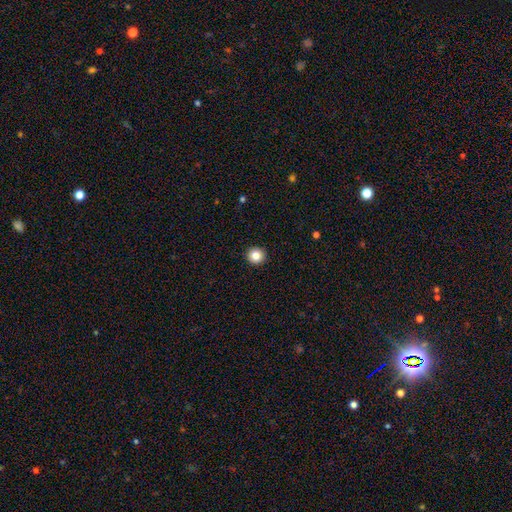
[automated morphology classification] Smooth or featured? Predicted: smooth (p=0.84). How rounded? Predicted: round (p=0.94). Merging? Predicted: none (p=0.93).